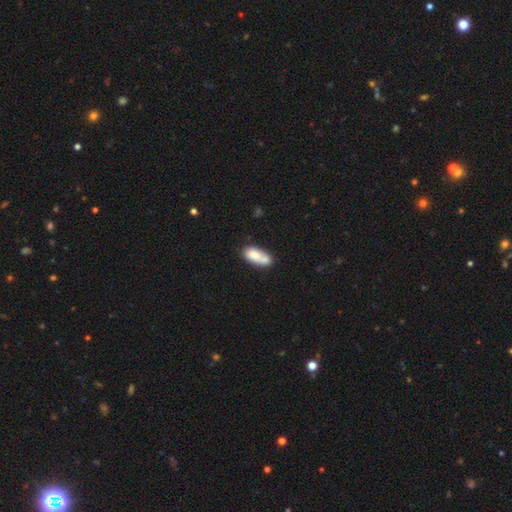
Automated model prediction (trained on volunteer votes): Overall: smooth (73%). How rounded: in between (83%). Merging: merger (44%; none 33%).